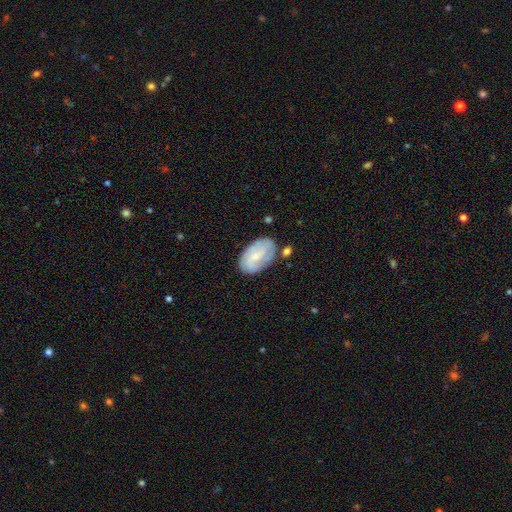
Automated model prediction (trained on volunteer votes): smooth 48%, featured or disk 45%, star or artifact 7%. Down the decision tree: merging — none (69%).